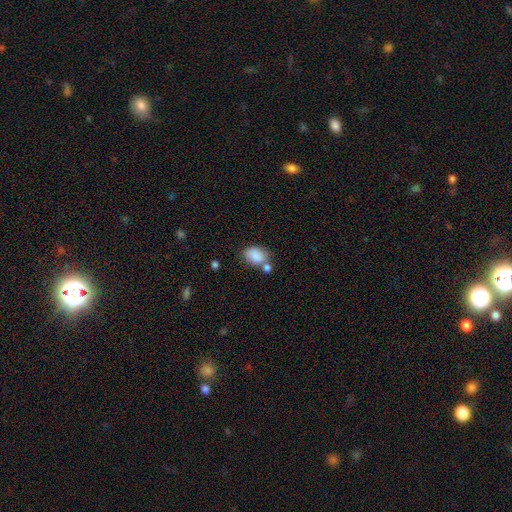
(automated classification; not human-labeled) This is clearly a smooth galaxy (84%). How rounded: likely in between (75%). Merging: possibly none (47%).